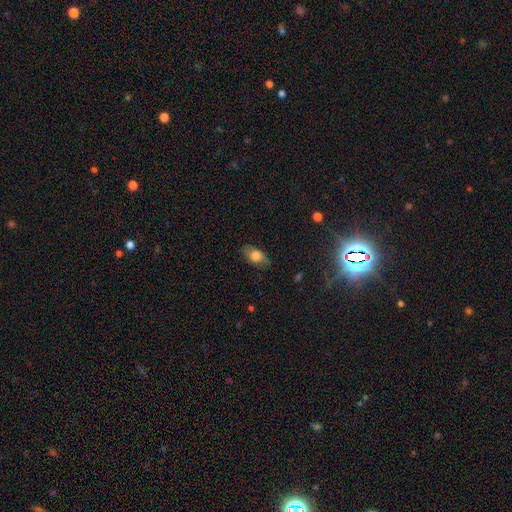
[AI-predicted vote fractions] Smooth or featured: smooth — 75% (featured or disk — 17%)
How rounded: in between — 86% (round — 10%)
Merging: none — 77% (minor disturbance — 17%)